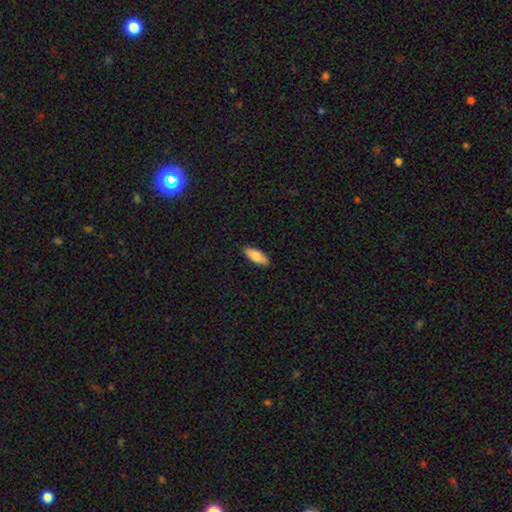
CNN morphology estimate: smooth 81%, featured or disk 13%, star or artifact 6%. Down the decision tree: how rounded — in between (78%); merging — none (89%).